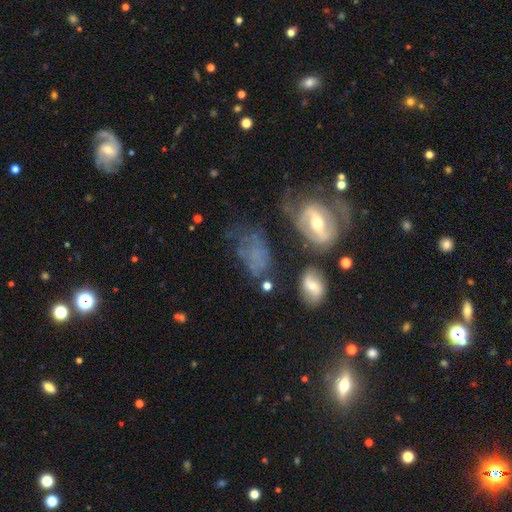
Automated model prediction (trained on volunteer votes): A featured or disk galaxy (47%). Merging: none (37%).